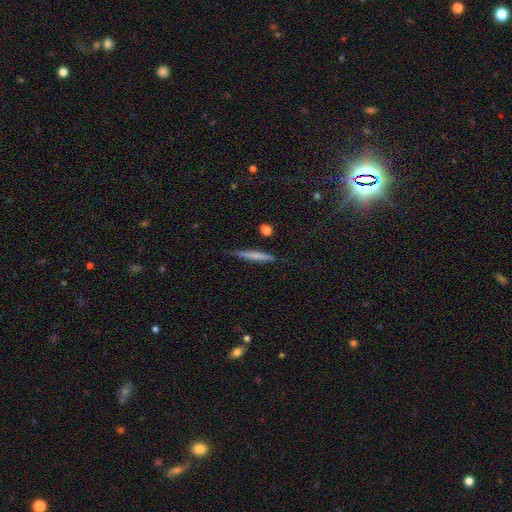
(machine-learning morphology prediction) A smooth galaxy with no disk features (61%) that is cigar-shaped (95%). Merging: none (77%).